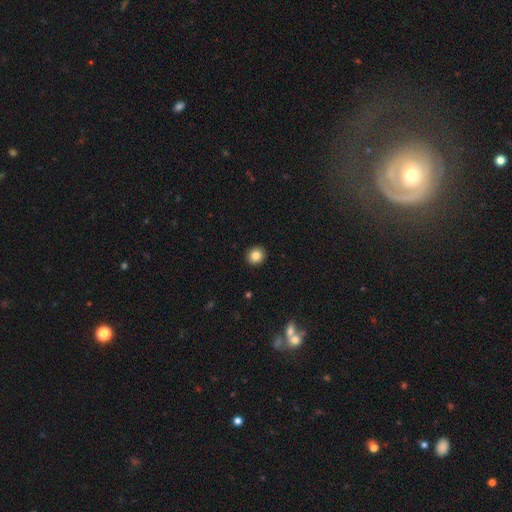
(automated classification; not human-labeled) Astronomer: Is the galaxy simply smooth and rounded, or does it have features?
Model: smooth — 85%.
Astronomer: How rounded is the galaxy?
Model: round — 85%.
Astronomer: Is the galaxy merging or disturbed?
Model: none — 93%.